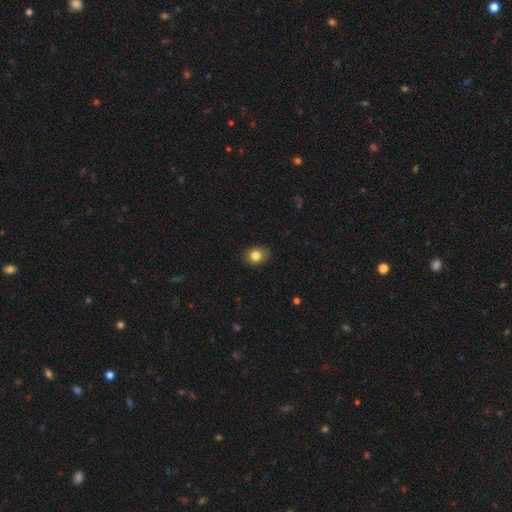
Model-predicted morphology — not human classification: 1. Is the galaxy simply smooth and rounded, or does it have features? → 82% smooth, 10% star or artifact, 8% featured or disk.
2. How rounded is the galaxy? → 50% round, 49% in between, 1% cigar-shaped.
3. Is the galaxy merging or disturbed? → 84% none, 13% minor disturbance, 2% major disturbance, 1% merger.